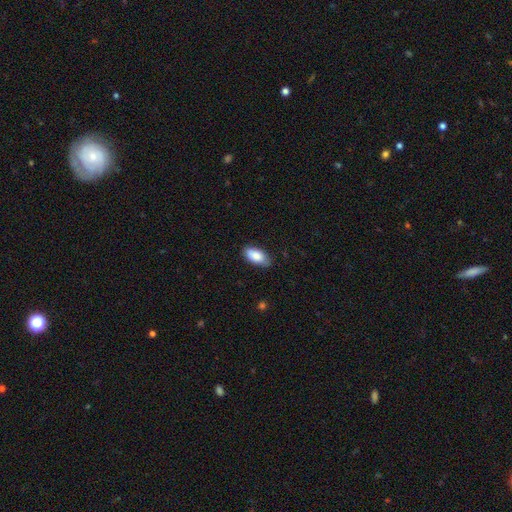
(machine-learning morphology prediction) smooth_or_featured: smooth (p=0.84) [alt: featured or disk p=0.10]
how_rounded: in between (p=0.92) [alt: cigar-shaped p=0.05]
merging: none (p=0.80) [alt: minor disturbance p=0.16]